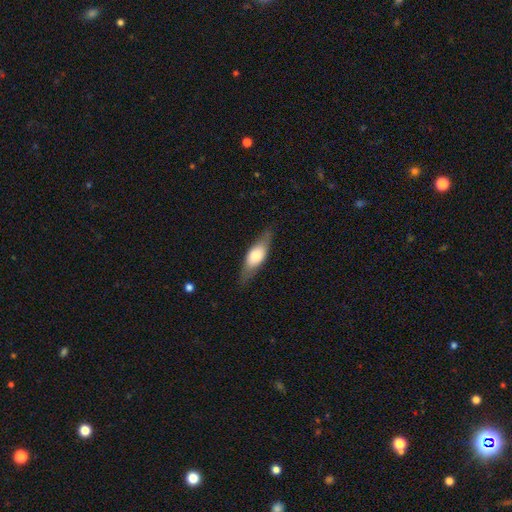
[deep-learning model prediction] This is possibly a smooth galaxy (58%). How rounded: likely in between (64%). Merging: likely none (79%).